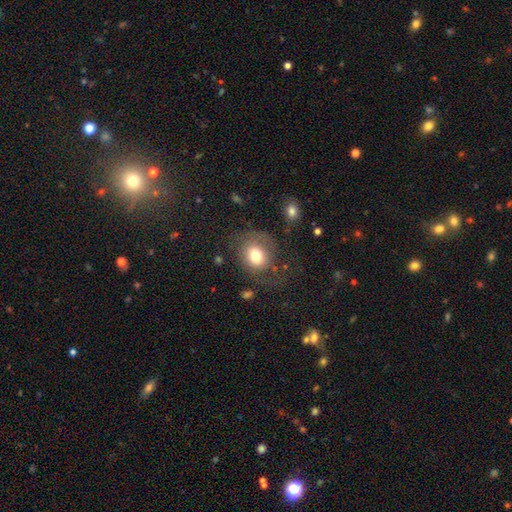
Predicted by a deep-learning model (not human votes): smooth 71%, featured or disk 19%, star or artifact 10%. Down the decision tree: how rounded — round (66%); merging — none (56%).